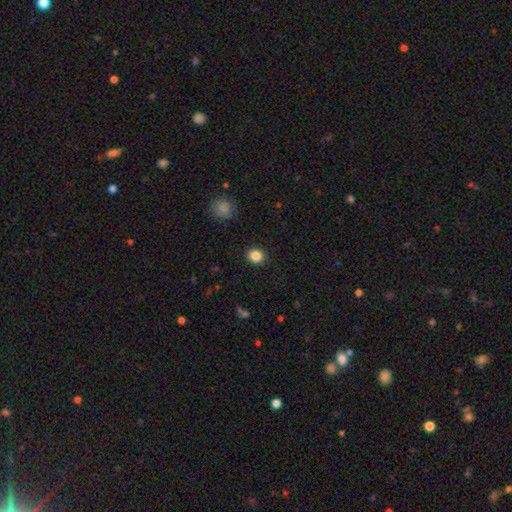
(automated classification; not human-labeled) The model was most divided on "how rounded": round: 74%, in between: 25%, cigar-shaped: 1%. More confident: merging — none (90%); smooth or featured — smooth (86%).